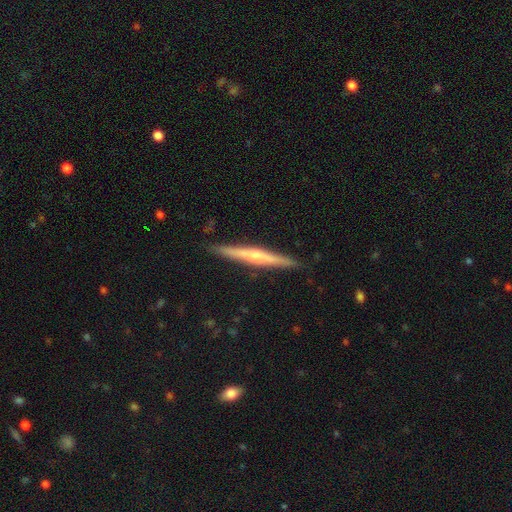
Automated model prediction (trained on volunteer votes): The model was most divided on "smooth or featured": featured or disk: 66%, smooth: 29%, star or artifact: 6%. More confident: edge-on disk — yes (98%); merging — none (91%); edge-on bulge — rounded (72%).